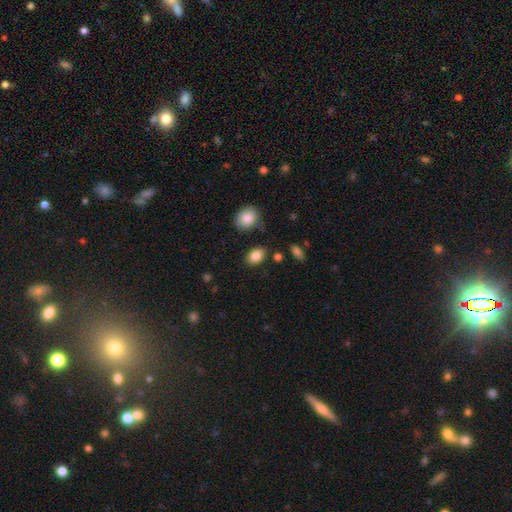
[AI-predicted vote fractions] This is clearly a smooth galaxy (85%). How rounded: likely in between (76%). Merging: likely none (80%).